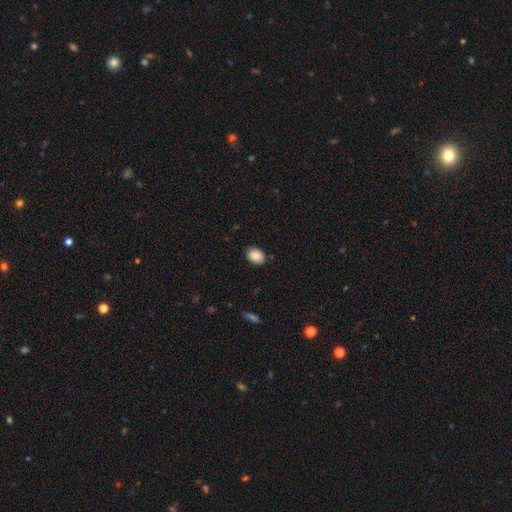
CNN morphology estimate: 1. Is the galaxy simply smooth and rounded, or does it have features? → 86% smooth, 8% star or artifact, 6% featured or disk.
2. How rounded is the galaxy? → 61% in between, 38% round, 1% cigar-shaped.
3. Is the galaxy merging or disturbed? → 86% none, 10% minor disturbance, 2% major disturbance, 1% merger.